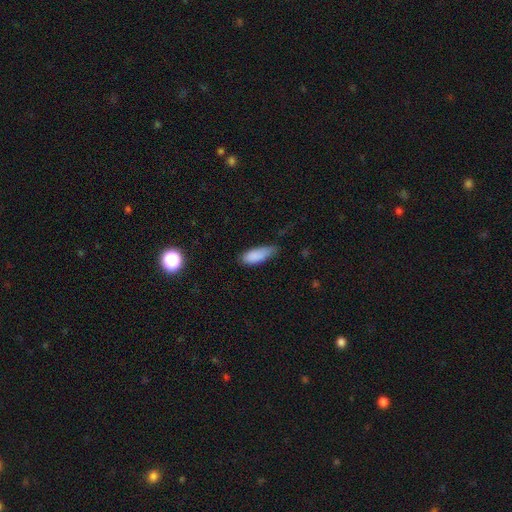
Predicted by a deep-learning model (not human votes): The model was most divided on "merging": none: 49%, minor disturbance: 40%, major disturbance: 9%, merger: 2%. More confident: smooth or featured — smooth (87%); how rounded — in between (75%).